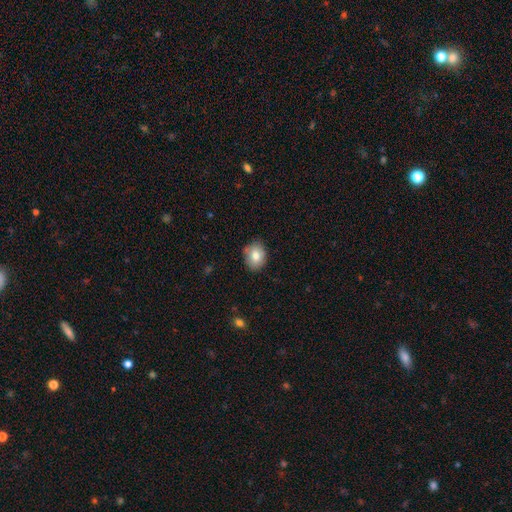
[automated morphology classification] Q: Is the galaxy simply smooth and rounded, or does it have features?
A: smooth — 79%.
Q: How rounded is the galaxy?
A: in between — 51%.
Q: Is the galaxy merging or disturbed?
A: none — 80%.